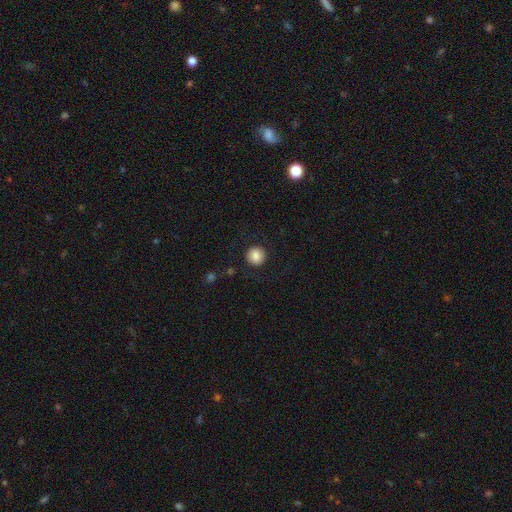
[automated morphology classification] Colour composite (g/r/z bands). It shows a smooth galaxy with no disk features (86%) that is round (94%). Merging: none (90%).